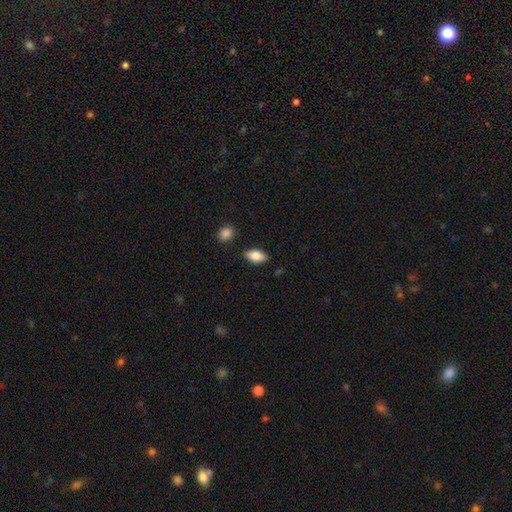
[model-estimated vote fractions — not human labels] The model was most divided on "smooth or featured": smooth: 80%, featured or disk: 13%, star or artifact: 7%. More confident: how rounded — in between (90%); merging — none (85%).